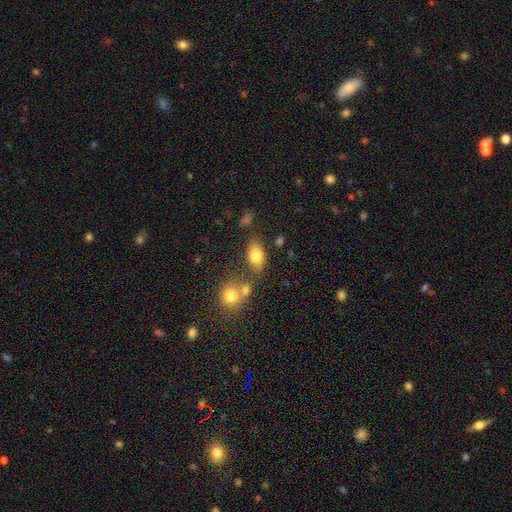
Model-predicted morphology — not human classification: A smooth galaxy with no disk features (81%) that is in between round and cigar-shaped (85%). Merging: none (68%).